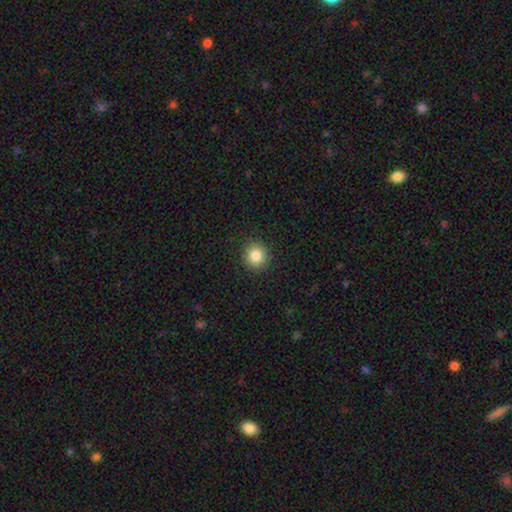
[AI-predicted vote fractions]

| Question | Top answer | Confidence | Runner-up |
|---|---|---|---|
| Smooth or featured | smooth | 85% | star or artifact (10%) |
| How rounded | round | 91% | in between (8%) |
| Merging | none | 91% | minor disturbance (6%) |